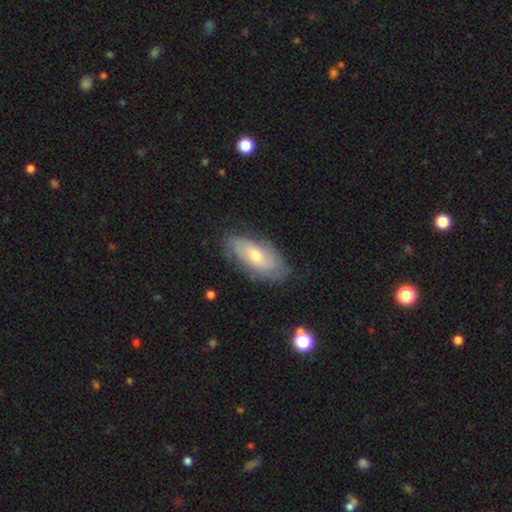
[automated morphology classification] smooth_or_featured: featured or disk (p=0.53) [alt: smooth p=0.40]
disk_edge_on: no (p=0.85) [alt: yes p=0.15]
merging: none (p=0.75) [alt: minor disturbance p=0.19]